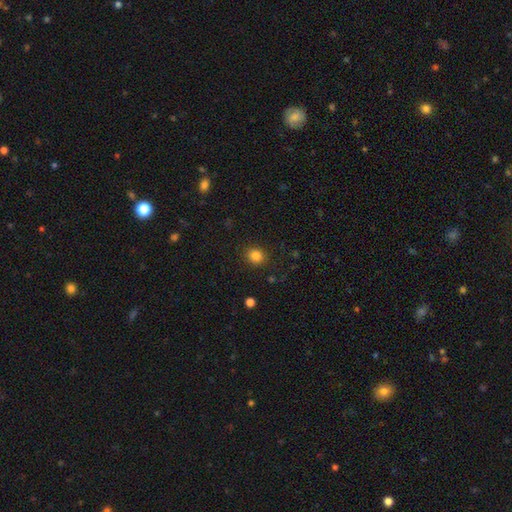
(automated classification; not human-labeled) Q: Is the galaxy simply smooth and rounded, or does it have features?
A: smooth — 84%.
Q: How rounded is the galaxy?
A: round — 77%.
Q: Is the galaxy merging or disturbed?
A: none — 89%.